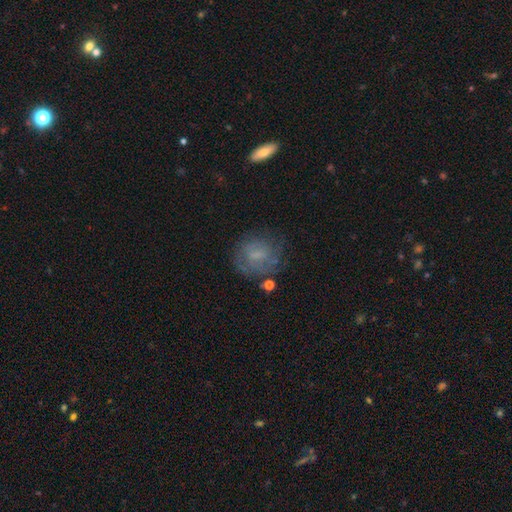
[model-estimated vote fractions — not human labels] The model was most divided on "smooth or featured": smooth: 46%, featured or disk: 42%, star or artifact: 12%. More confident: merging — none (63%).